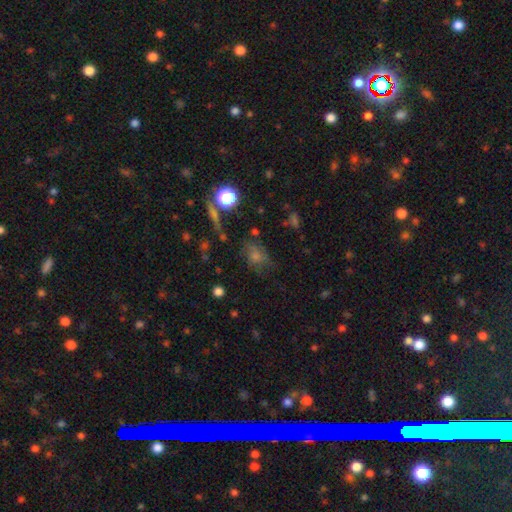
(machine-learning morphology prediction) Smooth or featured? smooth (49%)
Merging? none (59%)